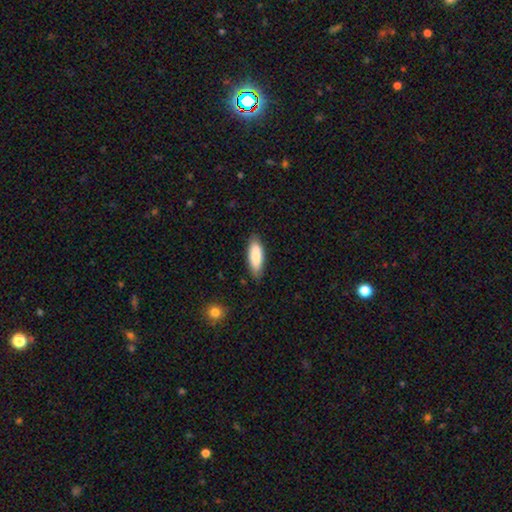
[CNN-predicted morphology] smooth_or_featured: smooth (p=0.86) [alt: featured or disk p=0.09]
how_rounded: in between (p=0.66) [alt: cigar-shaped p=0.33]
merging: none (p=0.83) [alt: minor disturbance p=0.13]